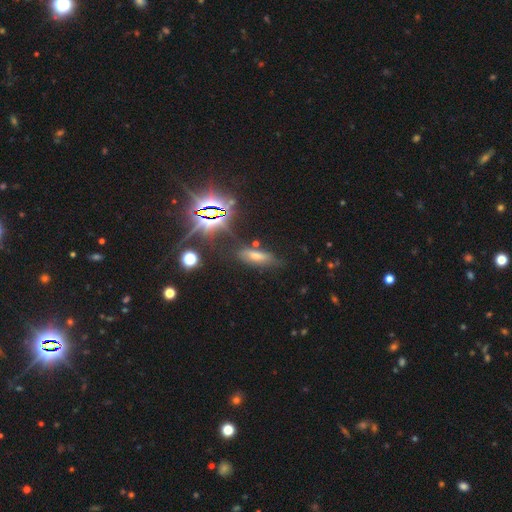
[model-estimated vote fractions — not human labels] smooth_or_featured: smooth (p=0.41) [alt: star or artifact p=0.39]
merging: none (p=0.72) [alt: minor disturbance p=0.17]